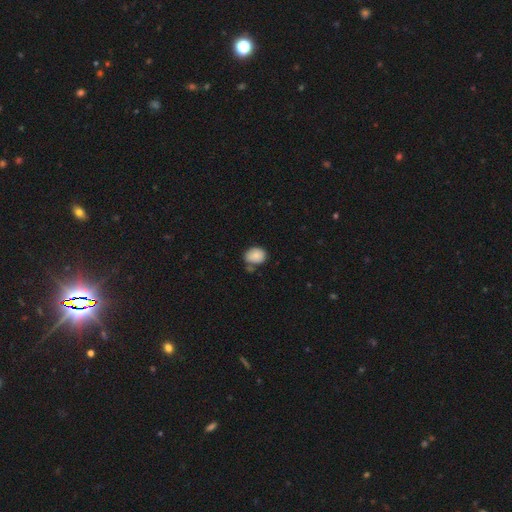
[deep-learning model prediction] Smooth or featured: smooth — 82% (featured or disk — 10%)
How rounded: in between — 51% (round — 48%)
Merging: none — 62% (minor disturbance — 21%)